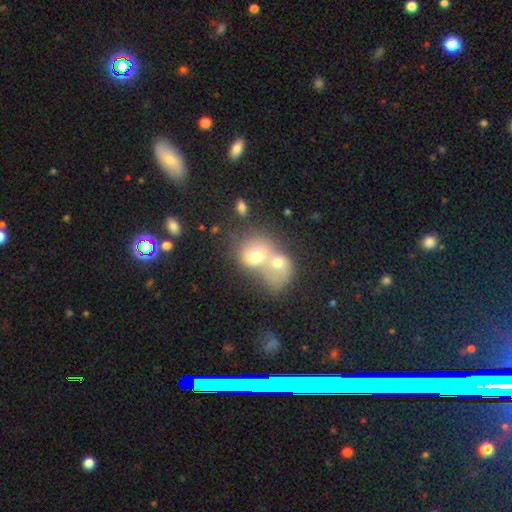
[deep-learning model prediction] Smooth or featured? smooth (64%)
How rounded? round (63%)
Merging? merger (74%)